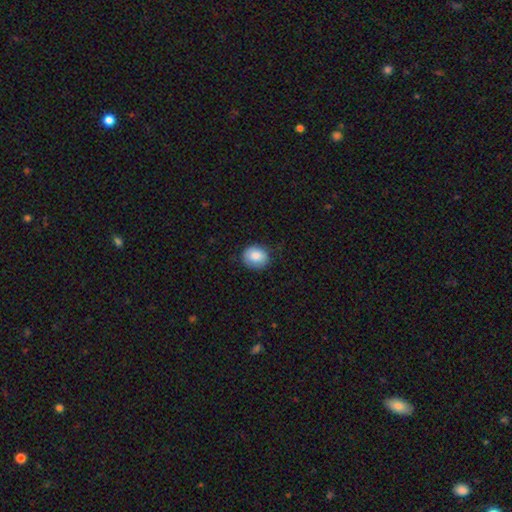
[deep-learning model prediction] Overall: smooth (86%). How rounded: round (66%; in between 33%). Merging: none (80%).